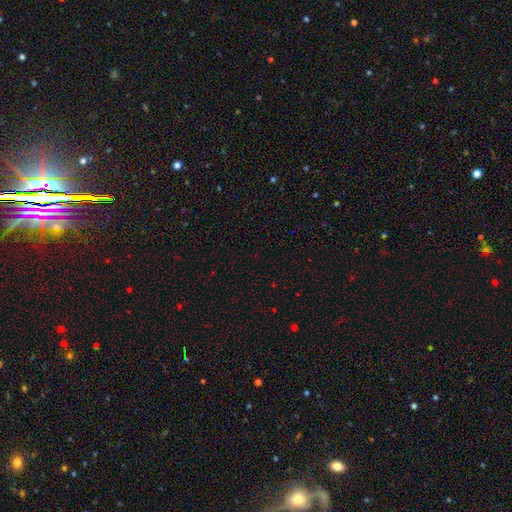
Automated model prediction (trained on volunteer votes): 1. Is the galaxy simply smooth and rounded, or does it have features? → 68% star or artifact, 25% smooth, 7% featured or disk.